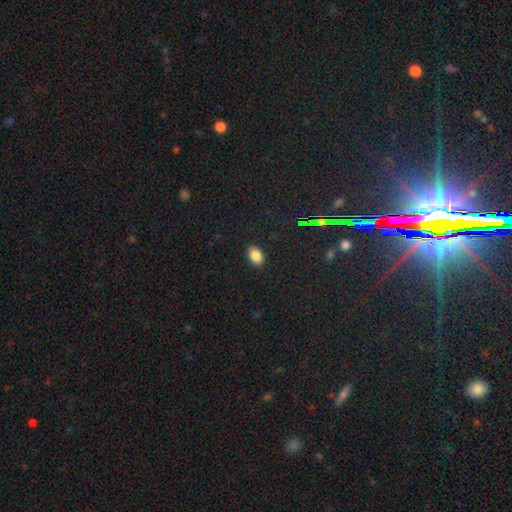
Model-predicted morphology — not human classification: Smooth or featured?
  - smooth: 86% *
  - star or artifact: 9%
  - featured or disk: 5%
How rounded?
  - in between: 86% *
  - round: 12%
  - cigar-shaped: 1%
Merging?
  - none: 88% *
  - minor disturbance: 9%
  - major disturbance: 2%
  - merger: 1%